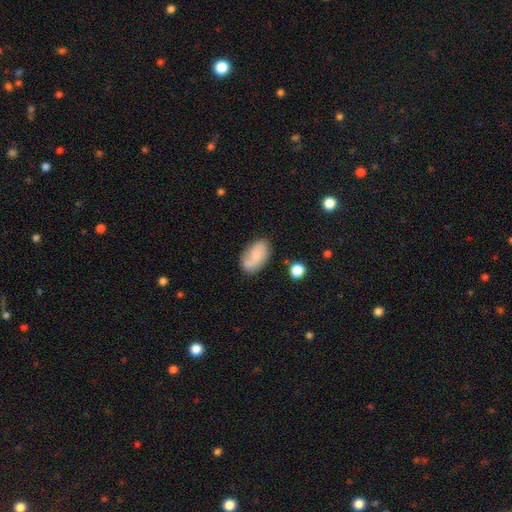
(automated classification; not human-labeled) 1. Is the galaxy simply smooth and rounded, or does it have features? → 53% smooth, 40% featured or disk, 8% star or artifact.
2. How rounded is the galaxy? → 91% in between, 8% round, 2% cigar-shaped.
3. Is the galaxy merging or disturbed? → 68% none, 21% minor disturbance, 6% major disturbance, 6% merger.